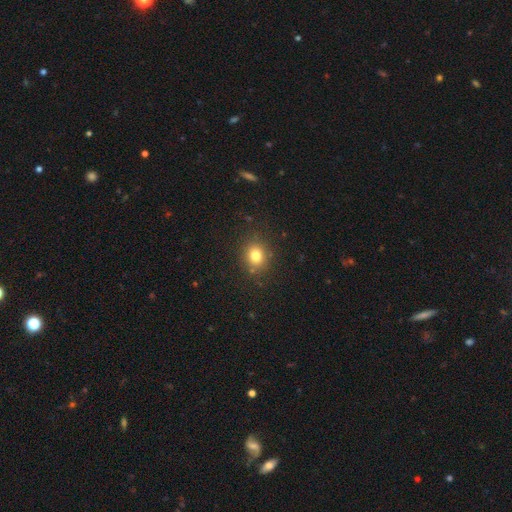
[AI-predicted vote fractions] Overall: smooth (79%). How rounded: round (73%). Merging: none (86%).